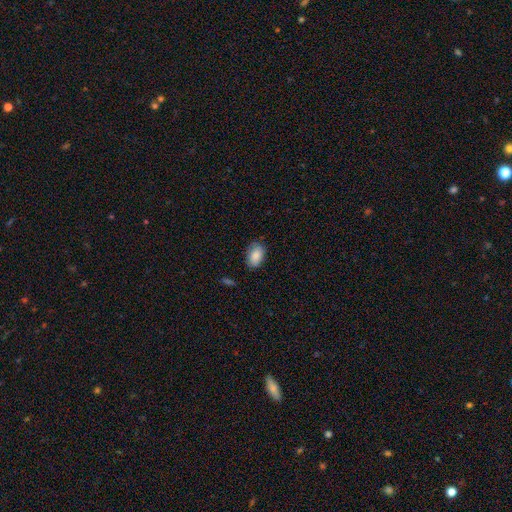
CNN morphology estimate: smooth-or-featured: smooth: 85% | featured or disk: 8% | star or artifact: 7%
  how-rounded: in between: 87% | round: 12% | cigar-shaped: 1%
  merging: none: 75% | minor disturbance: 20% | major disturbance: 4% | merger: 1%